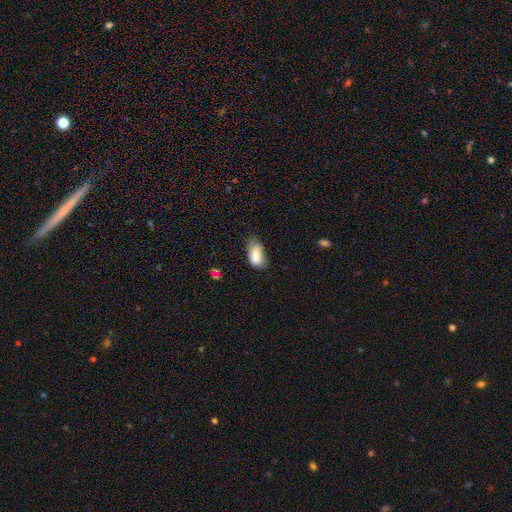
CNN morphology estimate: Overall: smooth (80%). How rounded: in between (91%). Merging: none (40%; minor disturbance 39%).